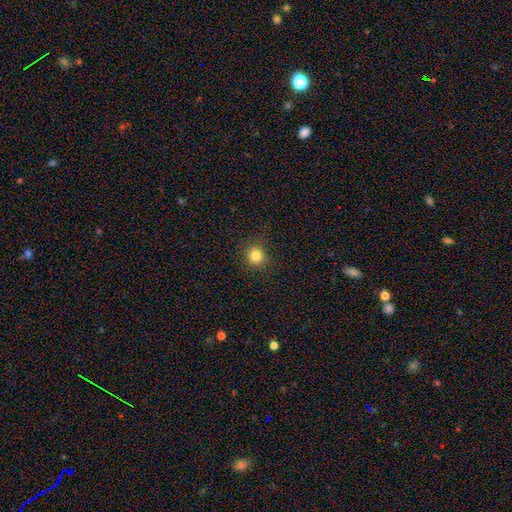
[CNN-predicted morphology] type=smooth (82%); roundness=round (90%); merging=none (90%).